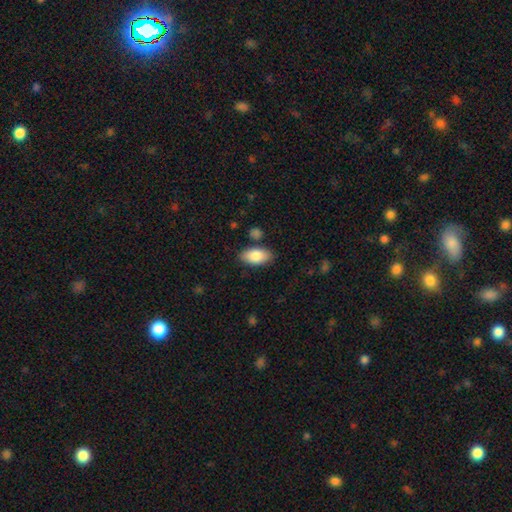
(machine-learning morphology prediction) smooth-or-featured: smooth: 85% | featured or disk: 9% | star or artifact: 6%
  how-rounded: in between: 93% | cigar-shaped: 4% | round: 3%
  merging: none: 82% | minor disturbance: 11% | merger: 4% | major disturbance: 3%